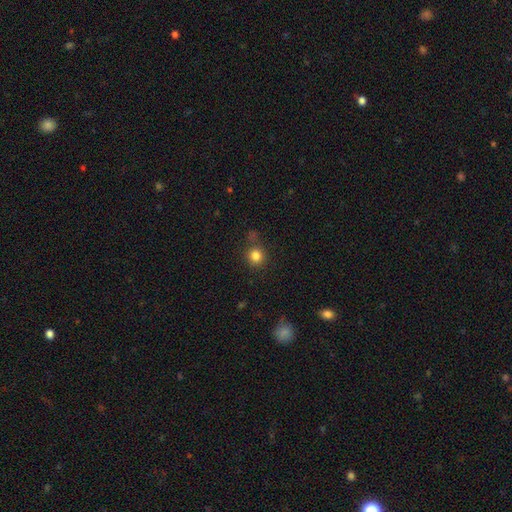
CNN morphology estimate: Smooth or featured: smooth — 82% (star or artifact — 13%)
How rounded: round — 89% (in between — 10%)
Merging: none — 76% (minor disturbance — 13%)